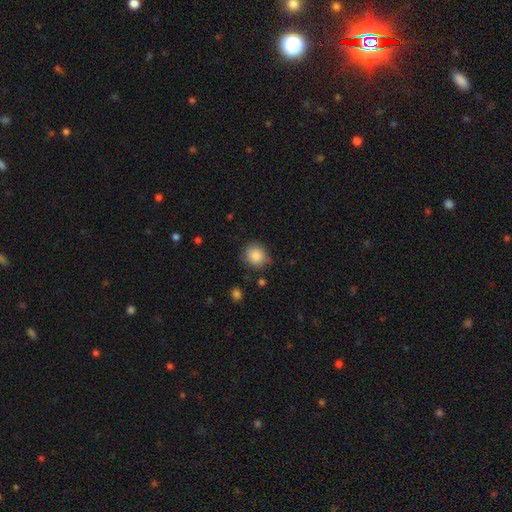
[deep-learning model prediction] Overall: smooth (87%). How rounded: round (80%). Merging: none (82%).